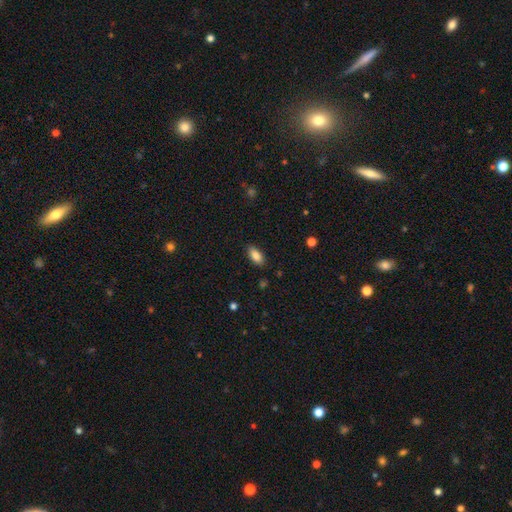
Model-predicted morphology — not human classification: The model was most divided on "merging": none: 87%, minor disturbance: 10%, major disturbance: 2%, merger: 1%. More confident: how rounded — in between (89%); smooth or featured — smooth (86%).